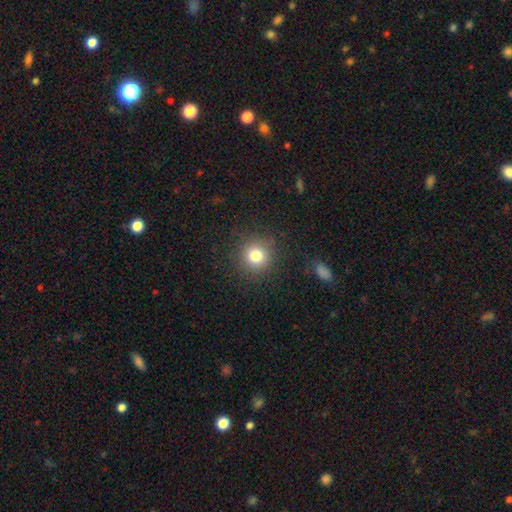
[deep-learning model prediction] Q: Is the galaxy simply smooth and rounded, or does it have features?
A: smooth — 79%.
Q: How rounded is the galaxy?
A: round — 92%.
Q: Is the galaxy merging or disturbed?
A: none — 88%.